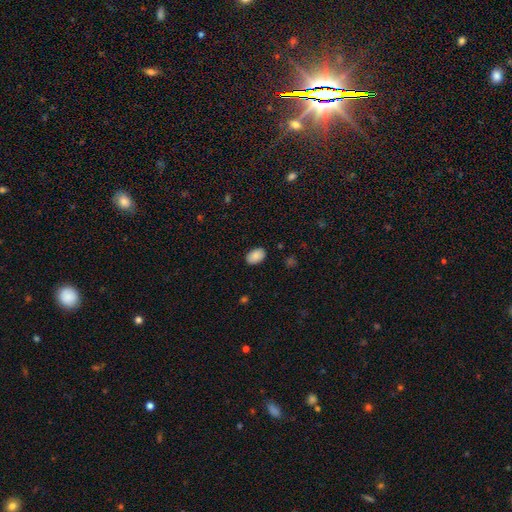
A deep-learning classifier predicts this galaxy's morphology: Overall: smooth (87%). How rounded: in between (89%). Merging: none (87%).